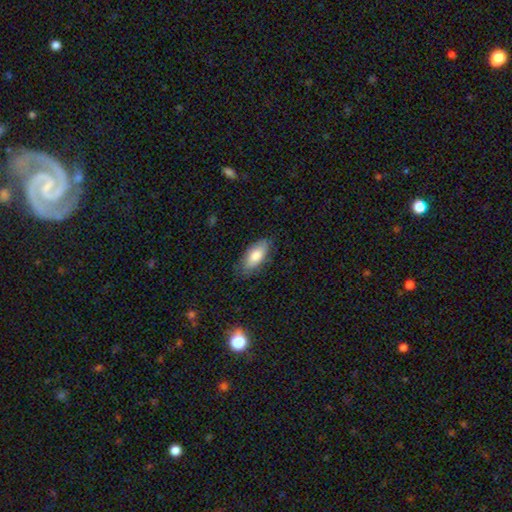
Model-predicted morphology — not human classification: Smooth or featured?
  - smooth: 80% *
  - featured or disk: 13%
  - star or artifact: 6%
How rounded?
  - in between: 85% *
  - cigar-shaped: 13%
  - round: 2%
Merging?
  - none: 77% *
  - minor disturbance: 18%
  - major disturbance: 4%
  - merger: 1%